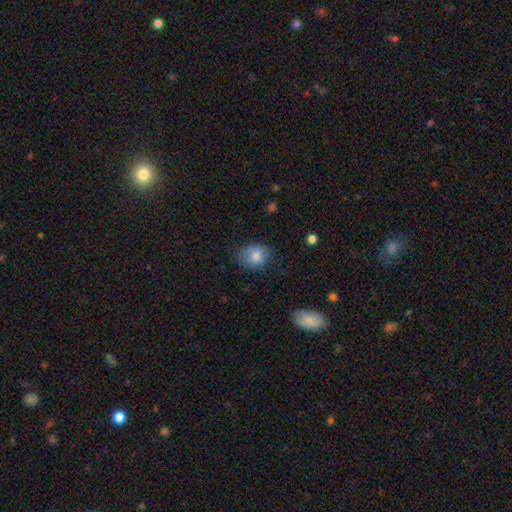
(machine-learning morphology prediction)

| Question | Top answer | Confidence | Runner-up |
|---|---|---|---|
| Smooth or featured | smooth | 82% | featured or disk (9%) |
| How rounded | round | 59% | in between (40%) |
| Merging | none | 67% | minor disturbance (24%) |